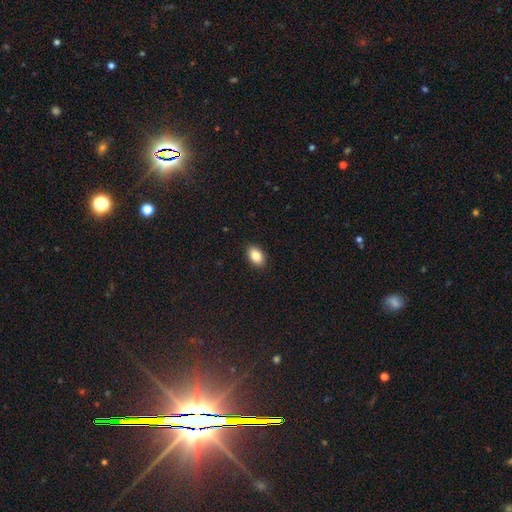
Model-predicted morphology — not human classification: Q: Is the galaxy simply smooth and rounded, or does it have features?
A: smooth — 85%.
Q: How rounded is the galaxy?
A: in between — 88%.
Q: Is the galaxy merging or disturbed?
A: none — 90%.